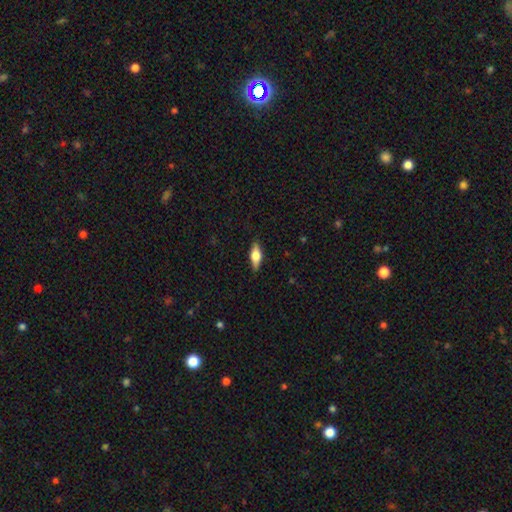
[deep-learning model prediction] smooth 49%, featured or disk 44%, star or artifact 7%. Down the decision tree: merging — none (86%).